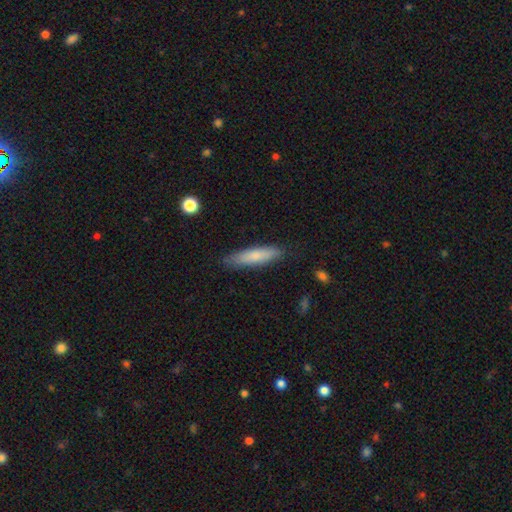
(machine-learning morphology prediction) Overall: smooth (74%). How rounded: cigar-shaped (80%). Merging: none (84%).